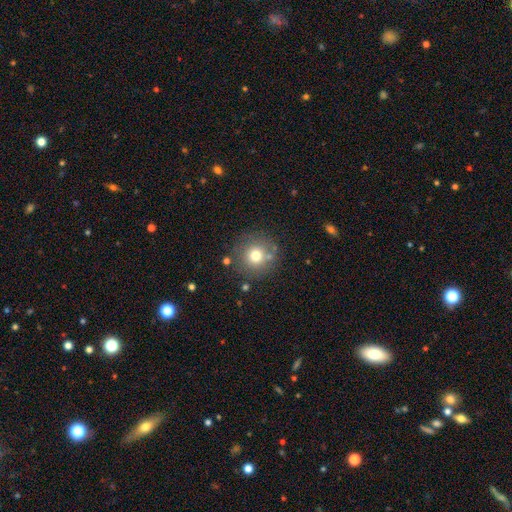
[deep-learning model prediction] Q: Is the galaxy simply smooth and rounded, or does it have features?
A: smooth — 74%.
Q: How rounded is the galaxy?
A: round — 94%.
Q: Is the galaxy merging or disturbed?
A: none — 80%.